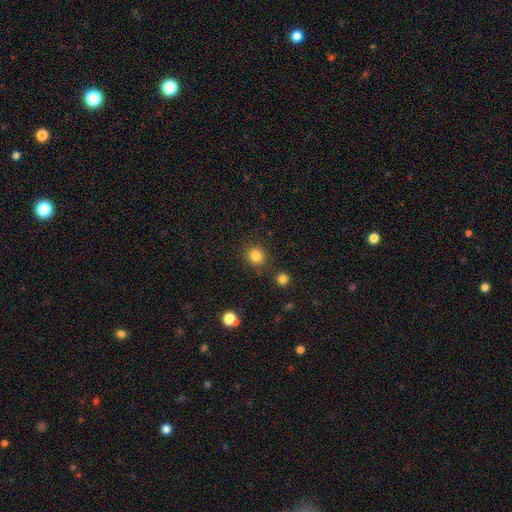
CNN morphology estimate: smooth 83%, star or artifact 12%, featured or disk 5%. Down the decision tree: how rounded — round (89%); merging — none (85%).